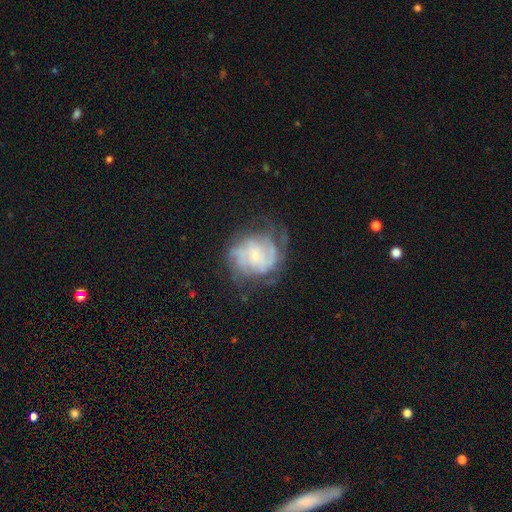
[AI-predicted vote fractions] featured or disk 77%, smooth 15%, star or artifact 8%. Down the decision tree: edge-on disk — no (97%); bar — no (60%); spiral arms — yes (89%); spiral arm count — can't tell (38%); spiral winding — tight (46%); bulge size — small (71%); merging — none (60%).